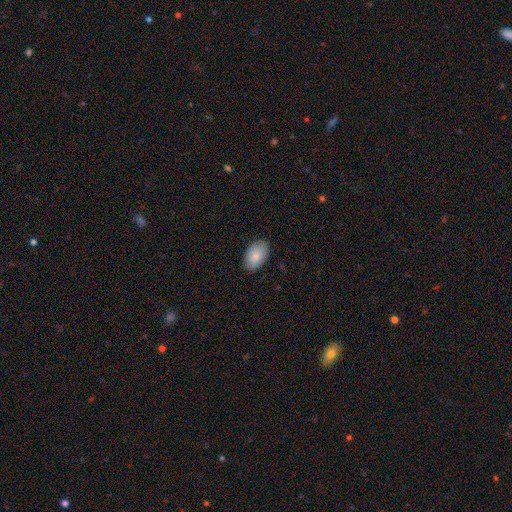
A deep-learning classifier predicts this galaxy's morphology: Smooth or featured? smooth (87%)
How rounded? in between (92%)
Merging? none (86%)